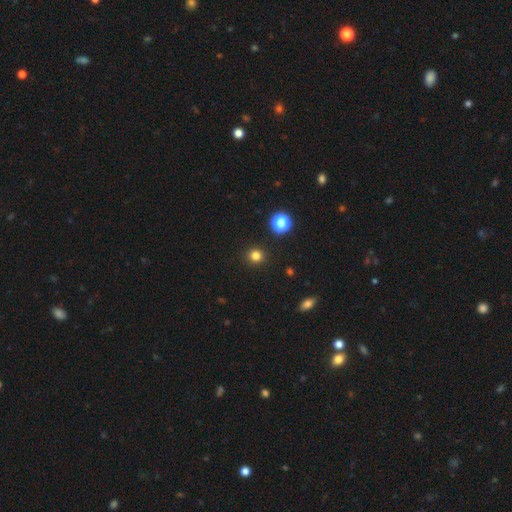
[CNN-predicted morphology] smooth-or-featured: smooth: 80% | star or artifact: 15% | featured or disk: 5%
  how-rounded: round: 90% | in between: 9% | cigar-shaped: 1%
  merging: none: 92% | minor disturbance: 5% | major disturbance: 2% | merger: 1%